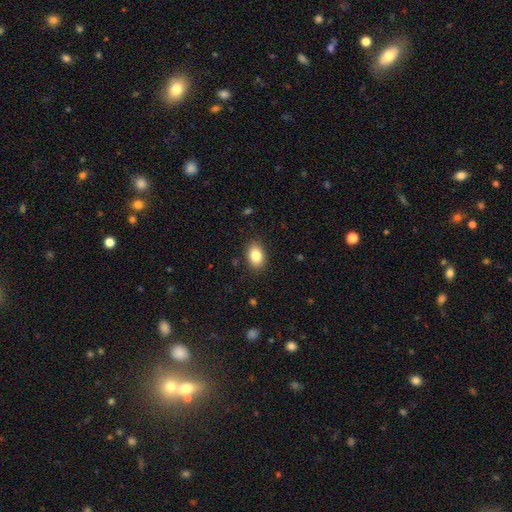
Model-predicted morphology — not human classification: type=smooth (85%); roundness=in between (83%); merging=none (88%).